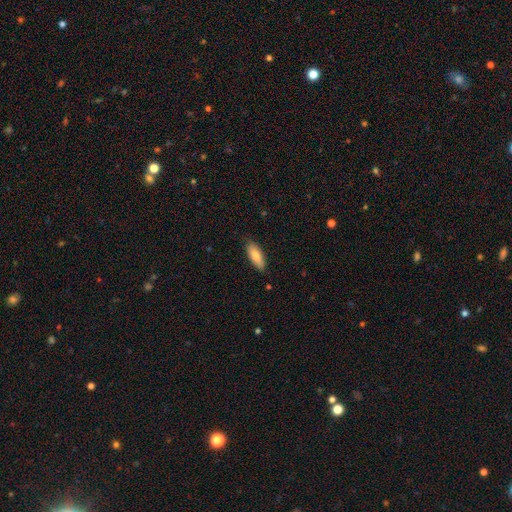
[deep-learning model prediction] smooth-or-featured: smooth: 82% | featured or disk: 12% | star or artifact: 6%
  how-rounded: in between: 71% | cigar-shaped: 28% | round: 2%
  merging: none: 83% | minor disturbance: 14% | major disturbance: 2% | merger: 1%